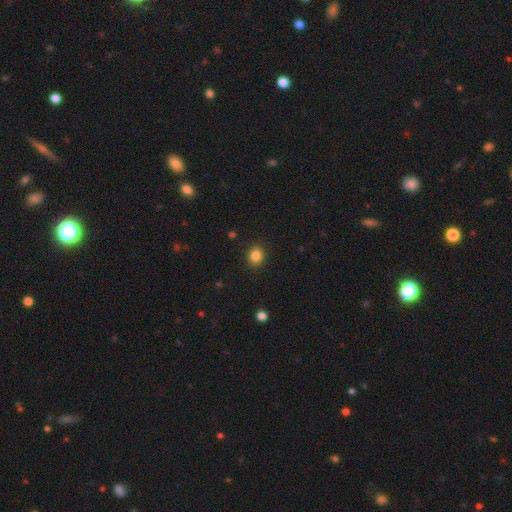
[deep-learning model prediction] This appears to be a smooth galaxy with no disk features (85%) that is round (69%). Merging: none (89%).